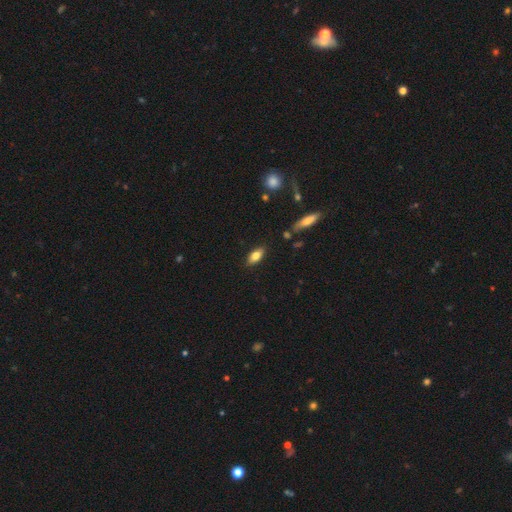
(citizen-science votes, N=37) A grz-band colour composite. It shows a smooth galaxy with no disk features (89%) that is in between round and cigar-shaped (94%). Merging: none (83%).